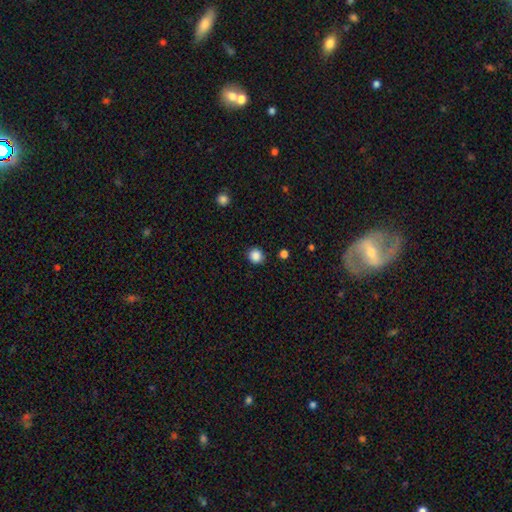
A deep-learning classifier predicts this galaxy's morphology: smooth-or-featured: smooth: 87% | star or artifact: 11% | featured or disk: 3%
  how-rounded: round: 91% | in between: 8% | cigar-shaped: 1%
  merging: none: 89% | minor disturbance: 7% | major disturbance: 2% | merger: 2%